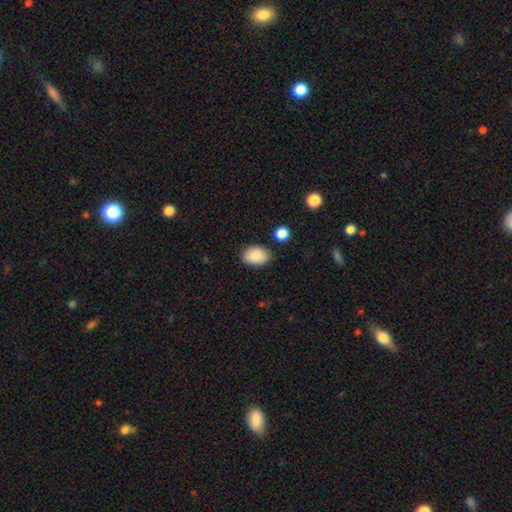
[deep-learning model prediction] A smooth galaxy with no disk features (88%) that is in between round and cigar-shaped (84%).

Vote fractions:
- Smooth or featured? smooth: 88% / star or artifact: 7% / featured or disk: 5%
- How rounded? in between: 84% / round: 15% / cigar-shaped: 1%
- Merging? none: 81% / minor disturbance: 13% / major disturbance: 3% / merger: 3%